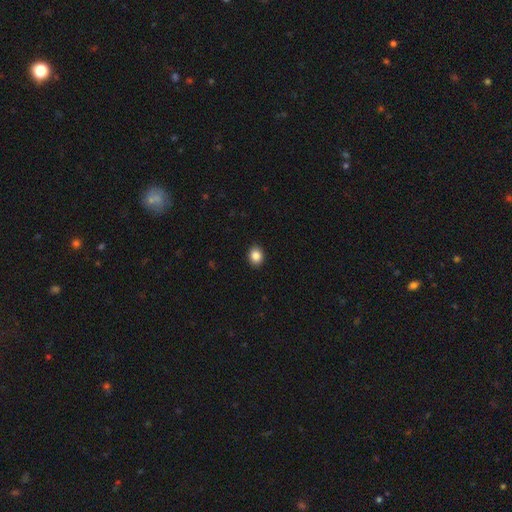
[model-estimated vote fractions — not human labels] A smooth galaxy with no disk features (87%) that is round (54%). Merging: none (90%).